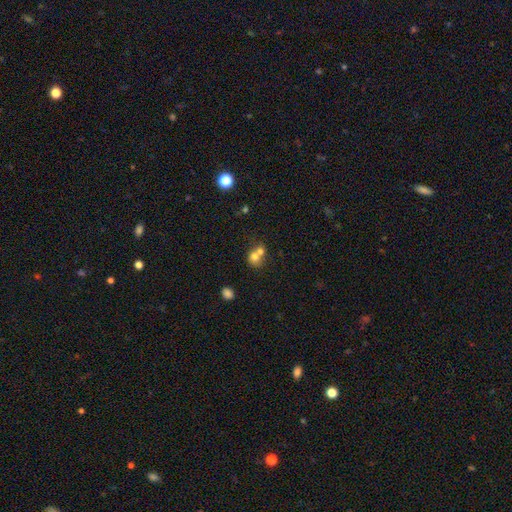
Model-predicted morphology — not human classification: Smooth or featured?
  - smooth: 70% *
  - featured or disk: 18%
  - star or artifact: 12%
How rounded?
  - round: 71% *
  - in between: 28%
  - cigar-shaped: 1%
Merging?
  - merger: 62% *
  - none: 28%
  - minor disturbance: 7%
  - major disturbance: 3%